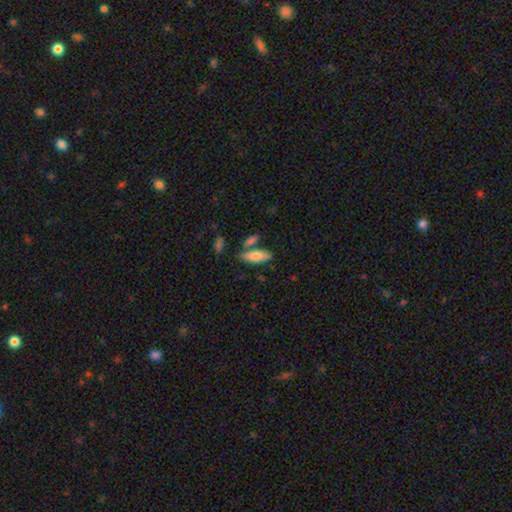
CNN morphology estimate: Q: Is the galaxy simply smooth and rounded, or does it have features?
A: smooth — 77%.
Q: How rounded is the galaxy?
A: in between — 67%.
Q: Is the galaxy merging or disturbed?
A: none — 65%.